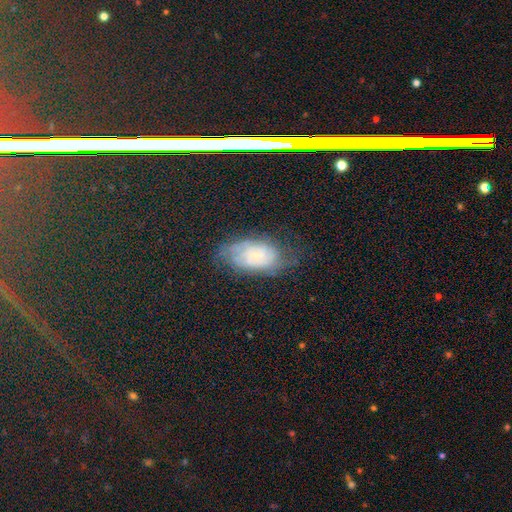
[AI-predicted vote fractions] A featured or disk galaxy (55%) with no bar (71%), spiral arms (78%) and a small central bulge (57%).

Vote fractions:
- Smooth or featured? featured or disk: 55% / smooth: 34% / star or artifact: 11%
- Edge-on disk? no: 94% / yes: 6%
- Bar? no: 71% / weak: 24% / strong: 5%
- Spiral arms? yes: 78% / no: 22%
- Bulge size? small: 57% / moderate: 20% / none: 14% / large: 6% / dominant: 3%
- Merging? none: 57% / minor disturbance: 26% / major disturbance: 15% / merger: 2%